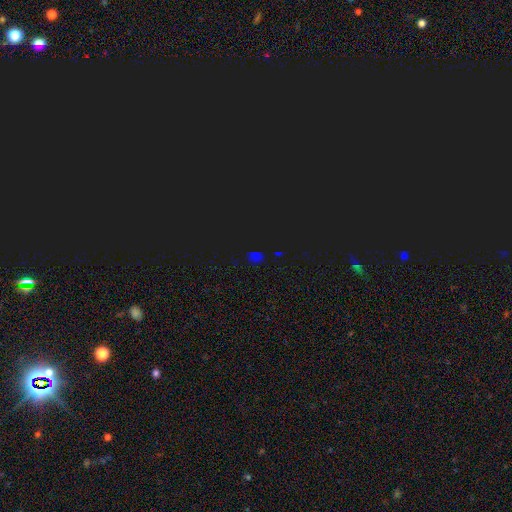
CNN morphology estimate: Overall: star or artifact (64%; smooth 31%).